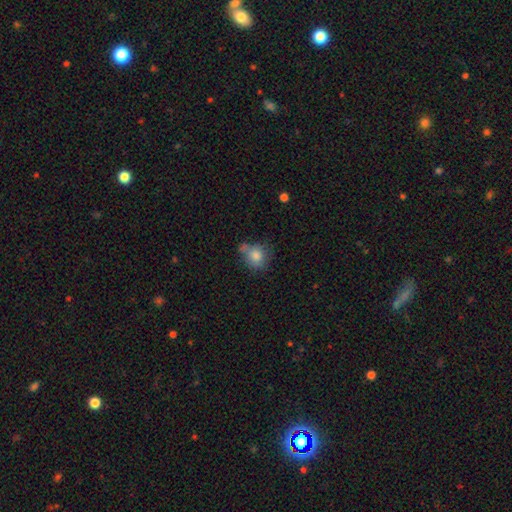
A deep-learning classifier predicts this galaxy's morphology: A smooth galaxy with no disk features (80%) that is round (72%).

Vote fractions:
- Smooth or featured? smooth: 80% / featured or disk: 11% / star or artifact: 9%
- How rounded? round: 72% / in between: 27% / cigar-shaped: 1%
- Merging? none: 48% / minor disturbance: 24% / merger: 19% / major disturbance: 9%